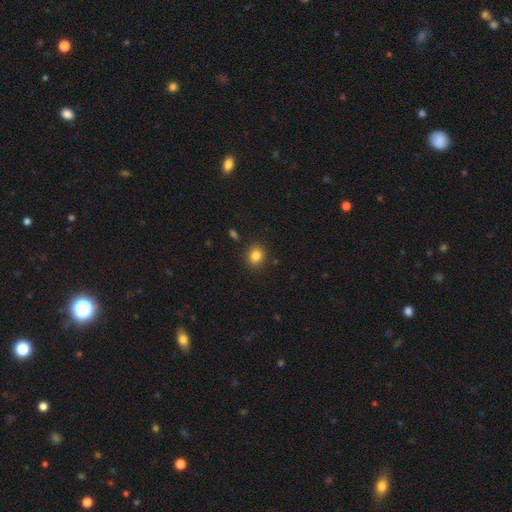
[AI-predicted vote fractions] Smooth or featured: smooth — 83% (star or artifact — 11%)
How rounded: round — 69% (in between — 30%)
Merging: none — 88% (minor disturbance — 8%)